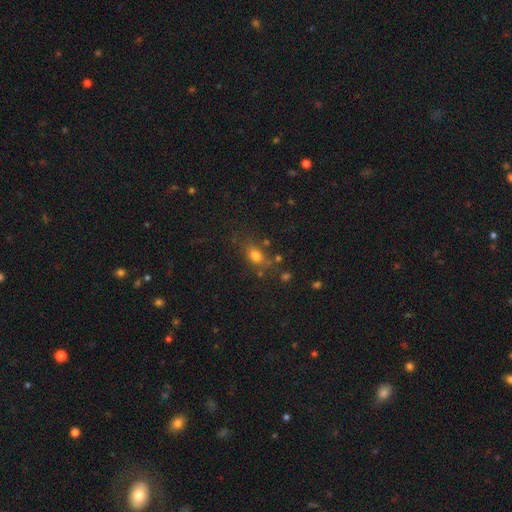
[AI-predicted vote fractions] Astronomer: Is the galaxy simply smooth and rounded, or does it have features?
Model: smooth — 74%.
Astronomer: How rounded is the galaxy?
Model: in between — 65%.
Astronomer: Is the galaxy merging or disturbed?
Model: none — 68%.